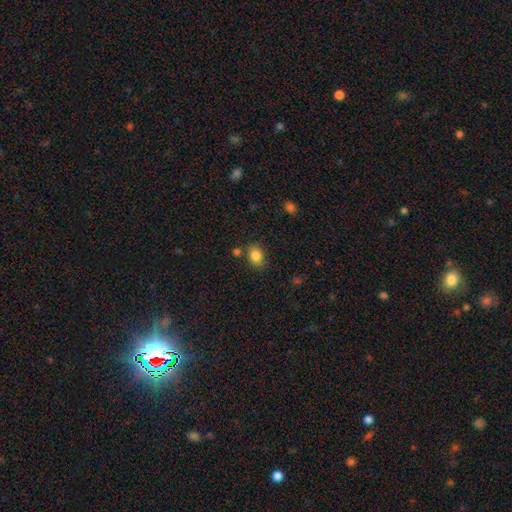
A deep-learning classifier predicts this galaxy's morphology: A smooth galaxy with no disk features (84%) that is in between round and cigar-shaped (51%). Merging: none (73%).